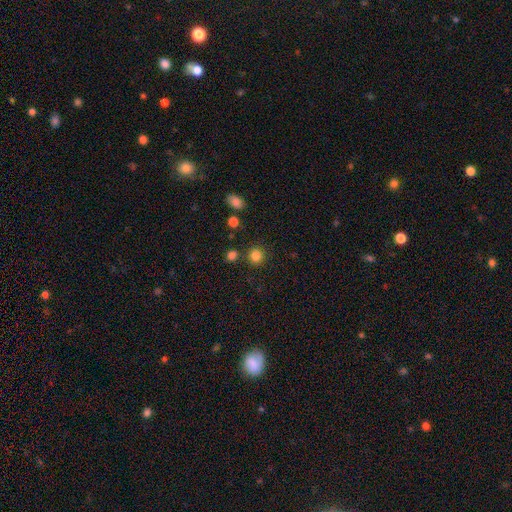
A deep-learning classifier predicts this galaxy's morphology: A smooth galaxy with no disk features (83%) that is round (91%). Merging: none (85%).